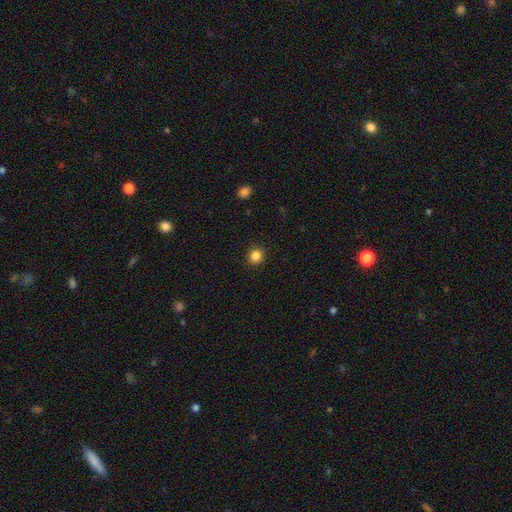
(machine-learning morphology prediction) Smooth or featured? smooth (84%)
How rounded? round (85%)
Merging? none (92%)